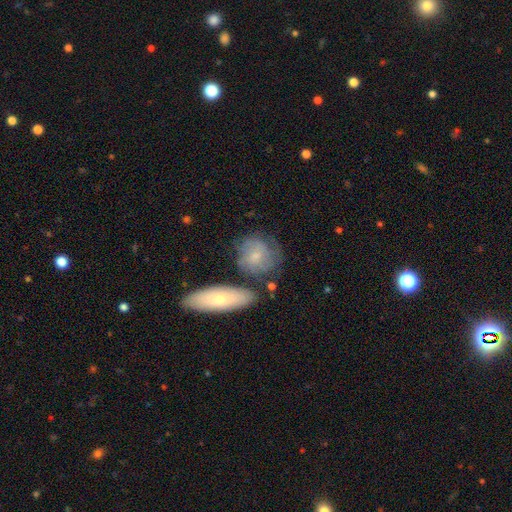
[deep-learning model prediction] Smooth or featured: smooth — 55% (featured or disk — 38%)
How rounded: round — 70% (in between — 27%)
Merging: none — 62% (minor disturbance — 19%)